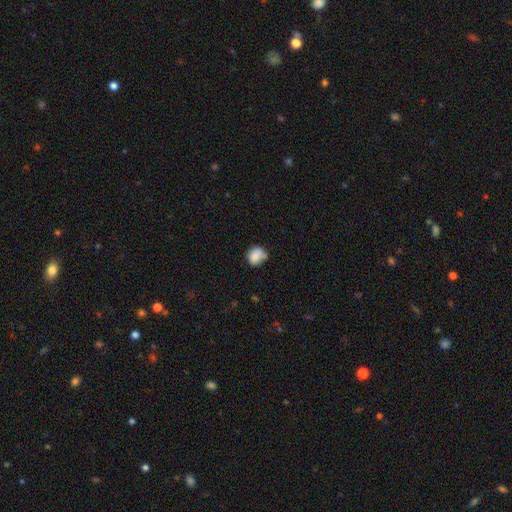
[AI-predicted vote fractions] Overall: smooth (82%). How rounded: round (66%; in between 33%). Merging: none (54%; minor disturbance 27%).